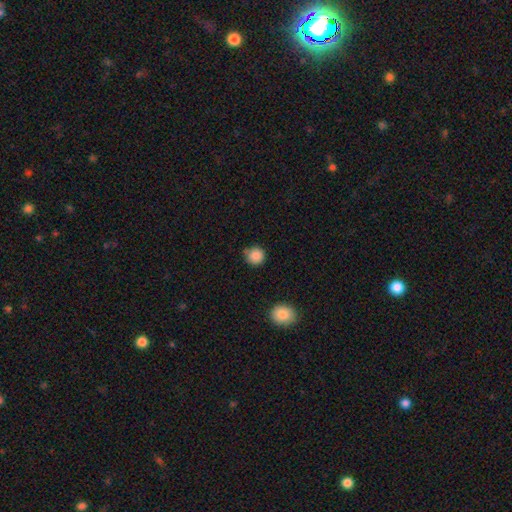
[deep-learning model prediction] smooth-or-featured: smooth: 86% | star or artifact: 9% | featured or disk: 4%
  how-rounded: round: 93% | in between: 6% | cigar-shaped: 1%
  merging: none: 79% | minor disturbance: 14% | merger: 4% | major disturbance: 3%